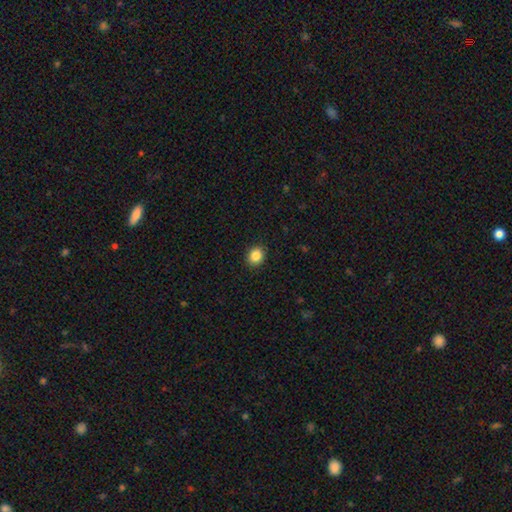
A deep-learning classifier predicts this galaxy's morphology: smooth_or_featured: smooth (p=0.86) [alt: star or artifact p=0.10]
how_rounded: round (p=0.72) [alt: in between p=0.27]
merging: none (p=0.91) [alt: minor disturbance p=0.06]